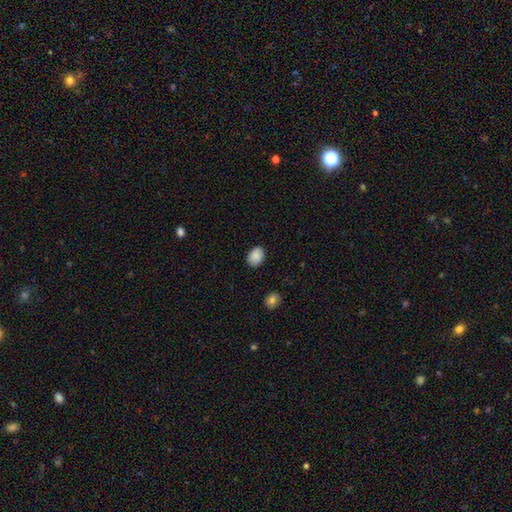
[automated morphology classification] smooth-or-featured: smooth: 89% | star or artifact: 8% | featured or disk: 4%
  how-rounded: in between: 73% | round: 26% | cigar-shaped: 1%
  merging: none: 87% | minor disturbance: 10% | major disturbance: 2% | merger: 1%